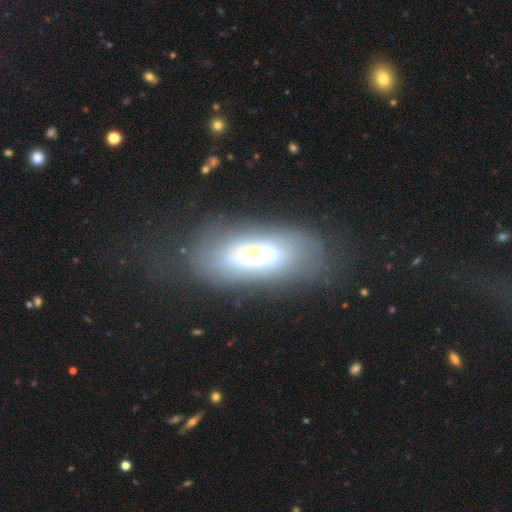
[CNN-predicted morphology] A smooth galaxy with no disk features (44%, tied with featured or disk). Merging: none (46%).